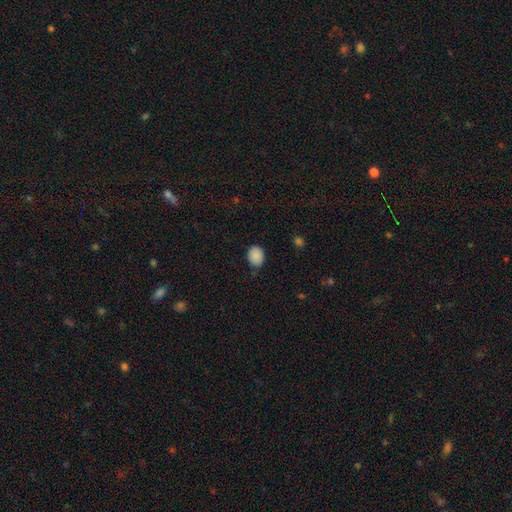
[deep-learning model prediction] Morphology: type=smooth (88%); roundness=round (52%); merging=none (78%).